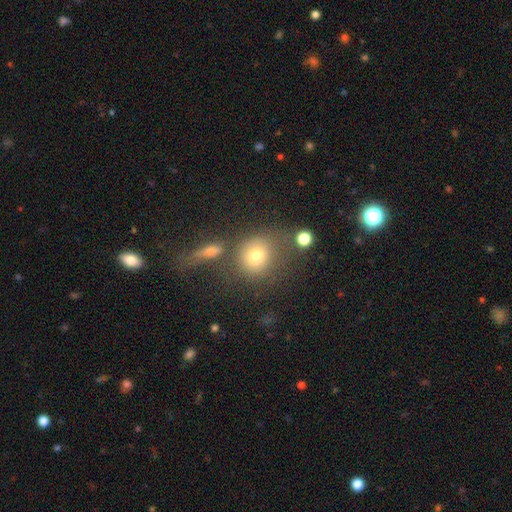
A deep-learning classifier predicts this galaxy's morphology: Overall: smooth (72%). How rounded: round (79%). Merging: none (57%; merger 19%).